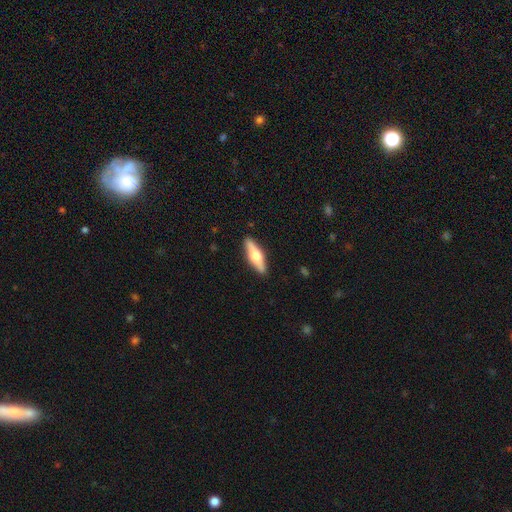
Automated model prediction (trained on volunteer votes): Overall: featured or disk (48%; smooth 46%). Merging: none (89%).